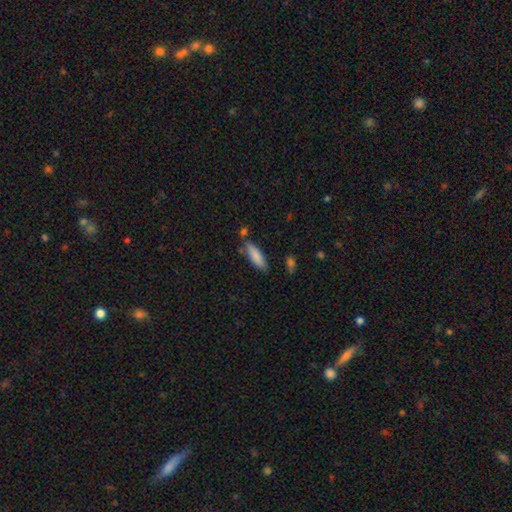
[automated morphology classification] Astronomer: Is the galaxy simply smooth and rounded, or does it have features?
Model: smooth — 85%.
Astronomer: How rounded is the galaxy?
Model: cigar-shaped — 50% (runner-up: in between, 49%).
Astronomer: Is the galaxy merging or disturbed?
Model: none — 75%.